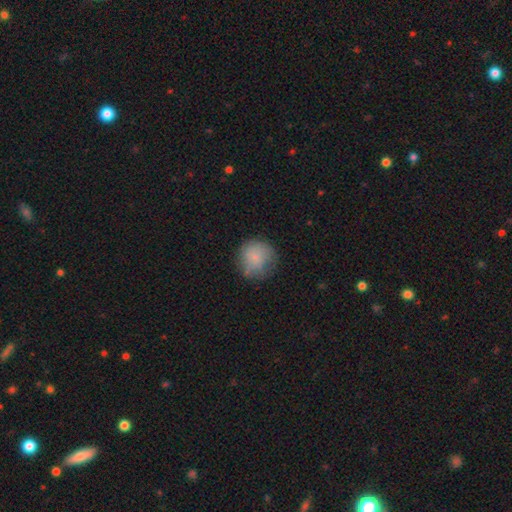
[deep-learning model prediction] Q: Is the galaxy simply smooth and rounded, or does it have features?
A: smooth — 78%.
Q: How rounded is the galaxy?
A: round — 90%.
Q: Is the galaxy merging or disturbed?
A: none — 65%.